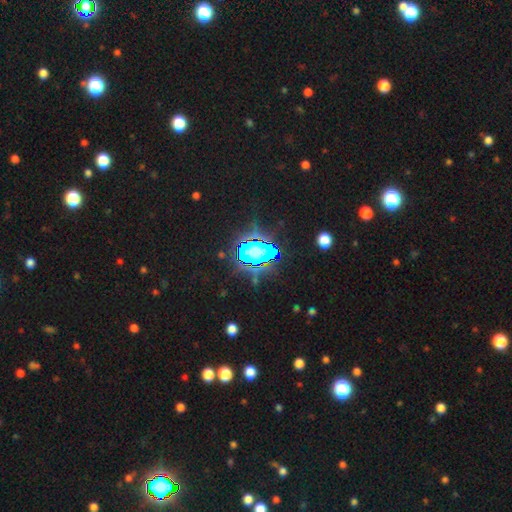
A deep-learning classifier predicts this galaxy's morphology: type=star or artifact (69%).